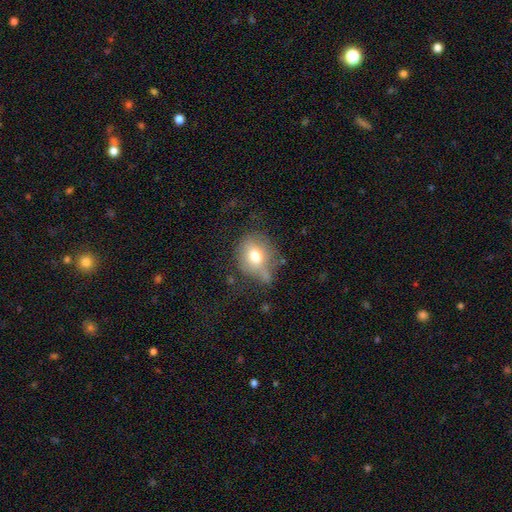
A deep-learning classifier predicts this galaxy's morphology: Q: Smooth or featured?
A: smooth (71%); runner-up: featured or disk (19%)
Q: How rounded?
A: round (64%); runner-up: in between (35%)
Q: Merging?
A: none (47%); runner-up: minor disturbance (29%)